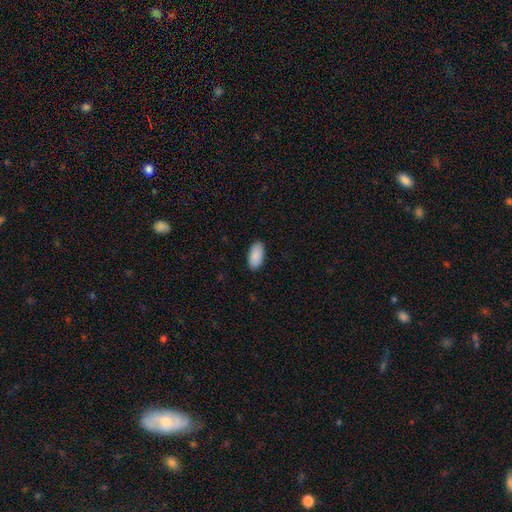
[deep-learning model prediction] Q: Smooth or featured?
A: smooth (90%); runner-up: star or artifact (6%)
Q: How rounded?
A: in between (95%); runner-up: cigar-shaped (3%)
Q: Merging?
A: none (89%); runner-up: minor disturbance (8%)